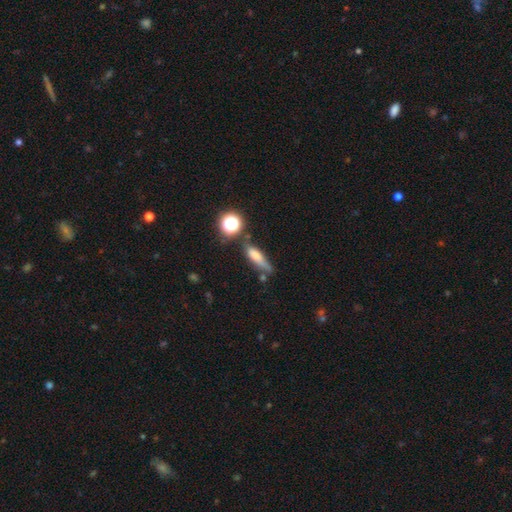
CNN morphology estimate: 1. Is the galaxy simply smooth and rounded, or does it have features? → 64% smooth, 22% featured or disk, 15% star or artifact.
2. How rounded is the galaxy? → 59% cigar-shaped, 33% in between, 8% round.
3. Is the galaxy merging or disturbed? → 52% none, 26% minor disturbance, 12% merger, 11% major disturbance.